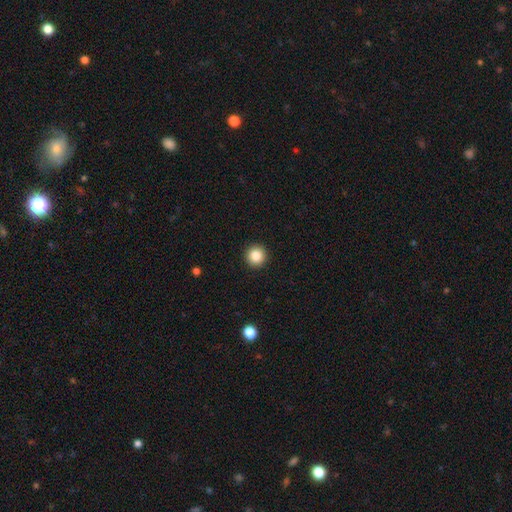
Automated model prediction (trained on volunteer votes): A smooth galaxy with no disk features (85%) that is round (95%). Merging: none (94%).